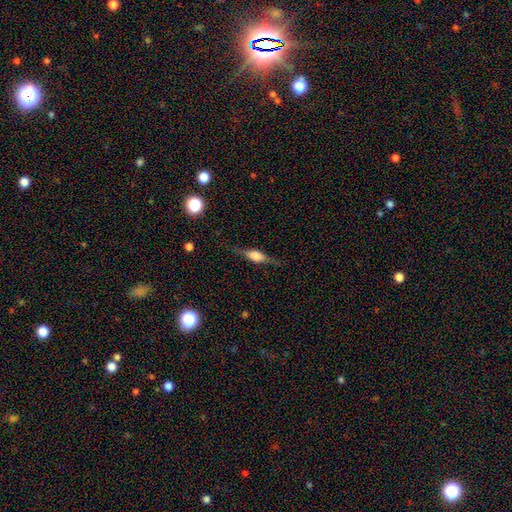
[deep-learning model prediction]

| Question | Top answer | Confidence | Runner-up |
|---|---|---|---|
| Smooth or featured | featured or disk | 61% | smooth (31%) |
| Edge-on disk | yes | 95% | no (5%) |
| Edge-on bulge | rounded | 77% | boxy (20%) |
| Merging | none | 80% | minor disturbance (14%) |